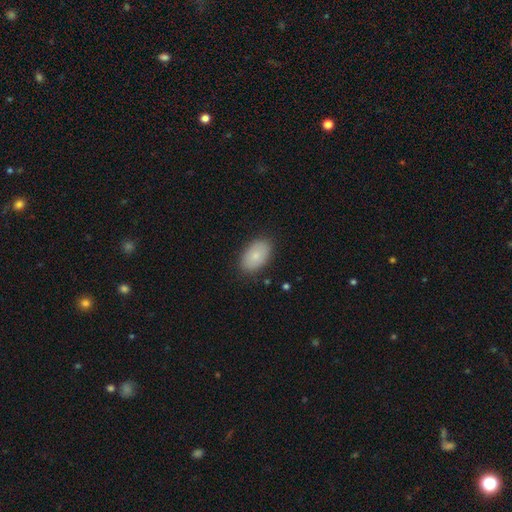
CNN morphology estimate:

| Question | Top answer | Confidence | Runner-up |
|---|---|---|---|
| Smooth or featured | smooth | 82% | featured or disk (11%) |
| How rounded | in between | 92% | round (6%) |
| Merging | none | 85% | minor disturbance (11%) |